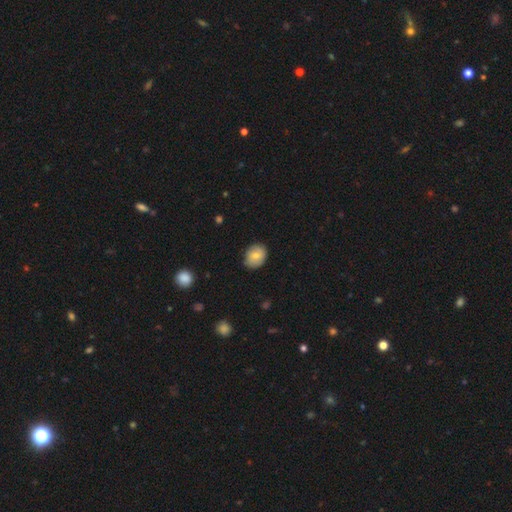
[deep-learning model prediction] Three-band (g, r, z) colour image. It shows a smooth galaxy with no disk features (74%) that is round (51%). Merging: none (79%).